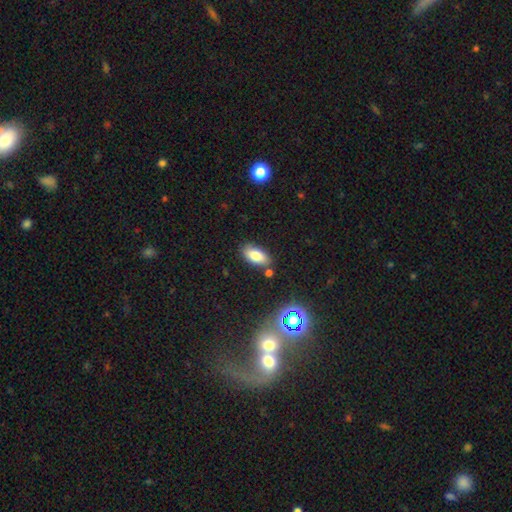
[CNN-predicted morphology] Q: Smooth or featured?
A: smooth (79%); runner-up: featured or disk (11%)
Q: How rounded?
A: in between (91%); runner-up: cigar-shaped (5%)
Q: Merging?
A: none (79%); runner-up: minor disturbance (13%)